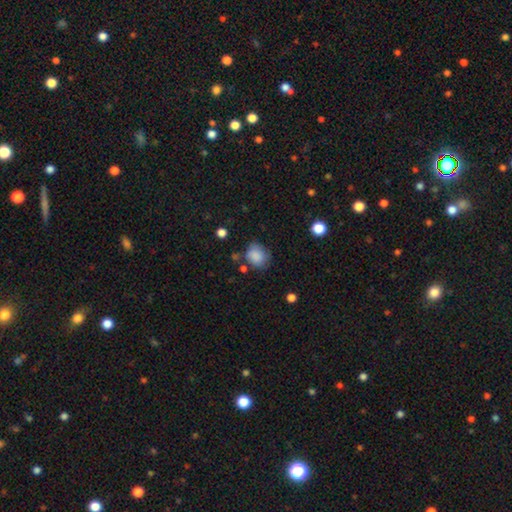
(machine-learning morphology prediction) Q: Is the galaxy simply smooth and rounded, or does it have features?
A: smooth — 84%.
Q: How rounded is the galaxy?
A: round — 63%.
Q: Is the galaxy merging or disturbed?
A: none — 61%.